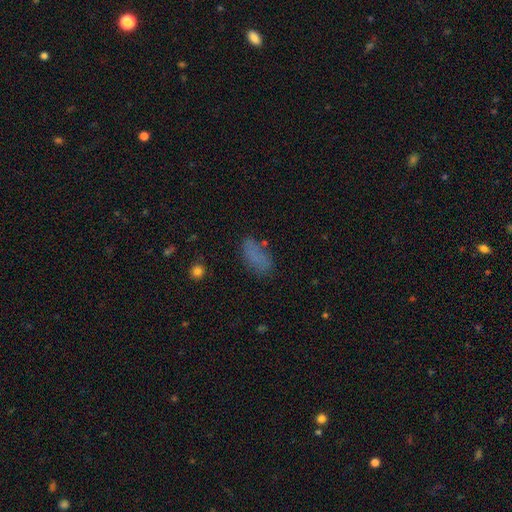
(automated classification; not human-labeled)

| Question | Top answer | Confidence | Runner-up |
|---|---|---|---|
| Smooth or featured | smooth | 71% | star or artifact (14%) |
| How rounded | in between | 86% | cigar-shaped (10%) |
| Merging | none | 60% | minor disturbance (23%) |